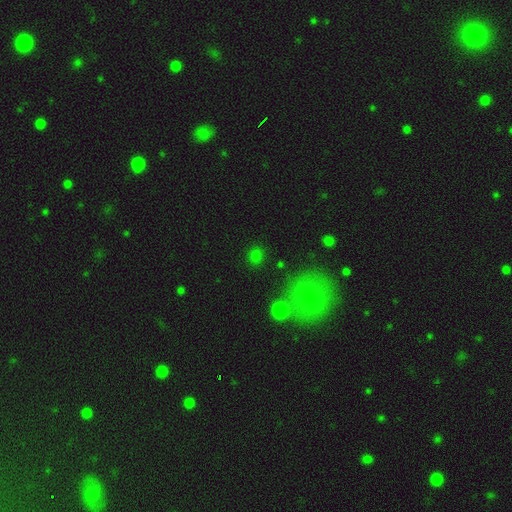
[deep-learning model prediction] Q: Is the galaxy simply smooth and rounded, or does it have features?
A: smooth — 74%.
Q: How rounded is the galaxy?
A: round — 78%.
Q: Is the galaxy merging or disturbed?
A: none — 82%.